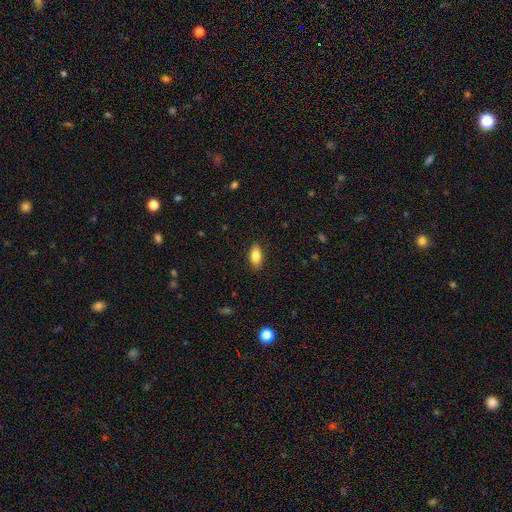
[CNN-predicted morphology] This appears to be a smooth galaxy with no disk features (84%) that is in between round and cigar-shaped (88%). Merging: none (87%).